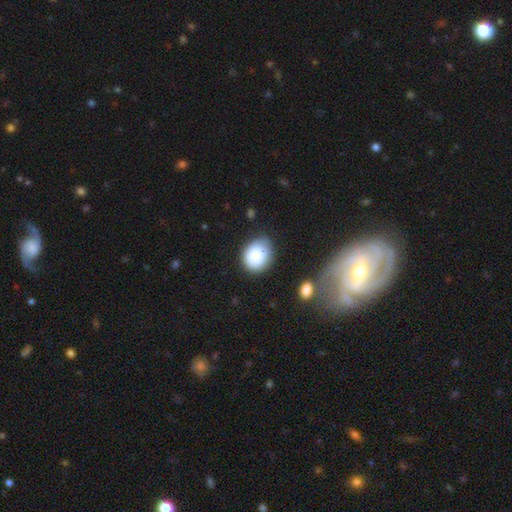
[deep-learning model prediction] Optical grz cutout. It shows a smooth galaxy with no disk features (86%) that is round (54%). Merging: none (67%).